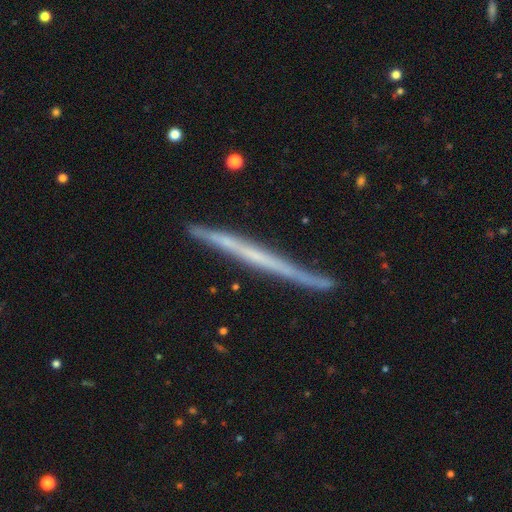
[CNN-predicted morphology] Smooth or featured? featured or disk (65%)
Edge-on disk? yes (96%)
Edge-on bulge? none (90%)
Merging? none (83%)